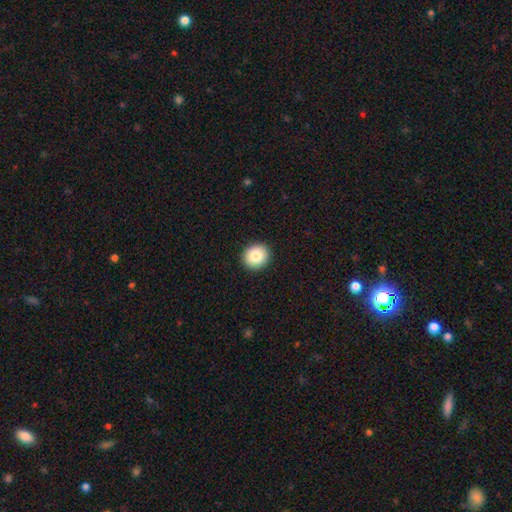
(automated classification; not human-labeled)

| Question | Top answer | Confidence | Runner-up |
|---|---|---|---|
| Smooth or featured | smooth | 84% | star or artifact (9%) |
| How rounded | round | 84% | in between (15%) |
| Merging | none | 92% | minor disturbance (5%) |